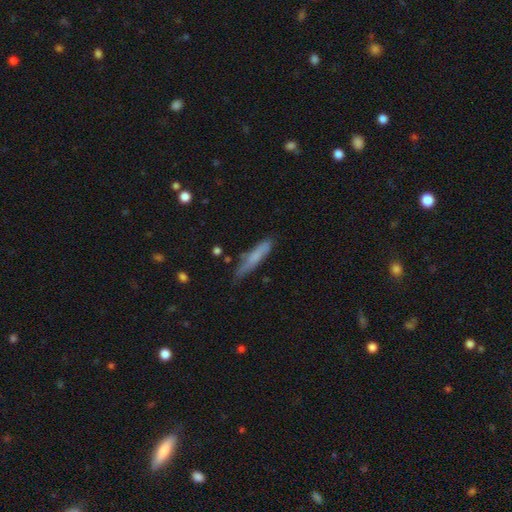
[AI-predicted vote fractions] This appears to be a smooth galaxy with no disk features (70%) that is cigar-shaped (89%). Merging: none (74%).